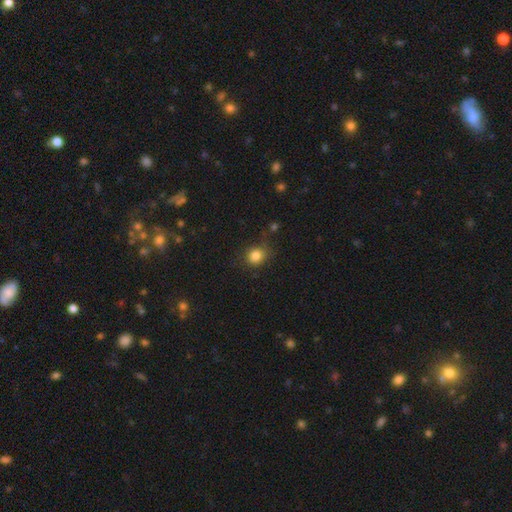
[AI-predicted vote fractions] Smooth or featured?
  - smooth: 84% *
  - star or artifact: 11%
  - featured or disk: 5%
How rounded?
  - round: 79% *
  - in between: 20%
  - cigar-shaped: 1%
Merging?
  - none: 79% *
  - minor disturbance: 14%
  - major disturbance: 4%
  - merger: 2%